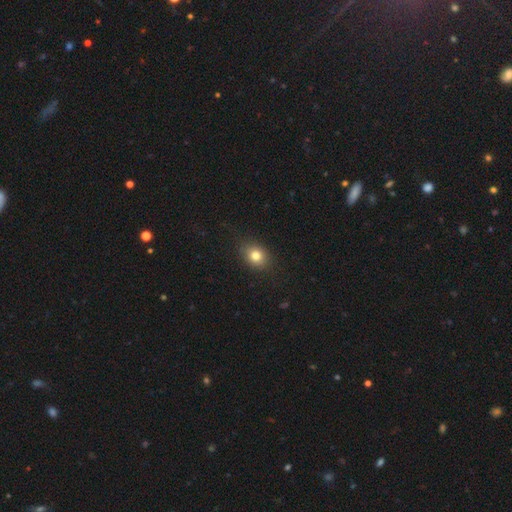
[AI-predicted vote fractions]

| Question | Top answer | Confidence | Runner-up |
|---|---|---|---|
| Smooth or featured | smooth | 80% | star or artifact (11%) |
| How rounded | in between | 51% | round (48%) |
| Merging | none | 85% | minor disturbance (11%) |